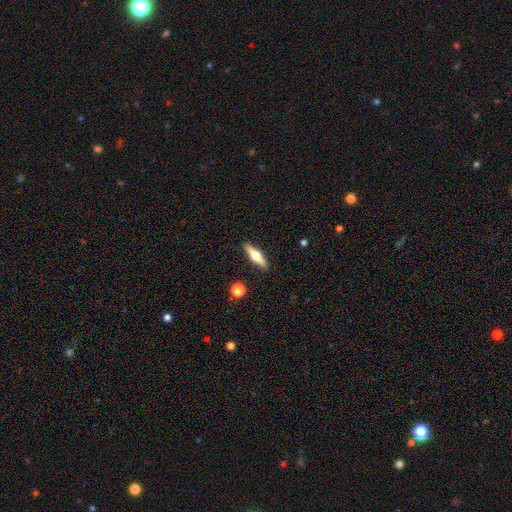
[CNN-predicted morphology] smooth_or_featured: featured or disk (p=0.48) [alt: smooth p=0.45]
merging: none (p=0.89) [alt: minor disturbance p=0.07]